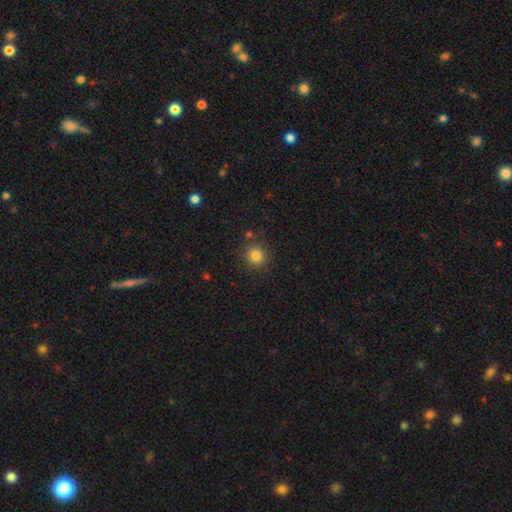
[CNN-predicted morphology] smooth-or-featured: smooth: 81% | star or artifact: 13% | featured or disk: 6%
  how-rounded: round: 92% | in between: 7% | cigar-shaped: 1%
  merging: none: 86% | minor disturbance: 8% | merger: 3% | major disturbance: 3%